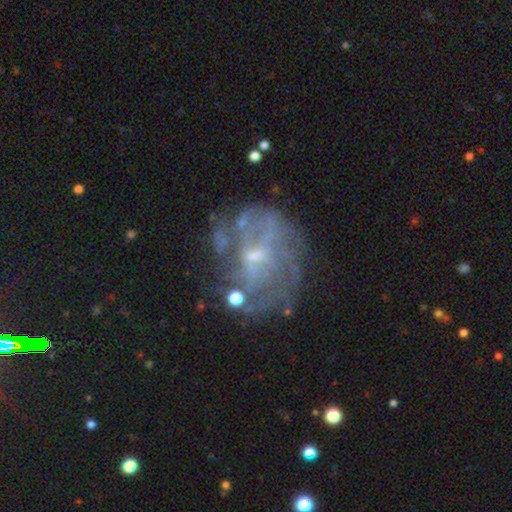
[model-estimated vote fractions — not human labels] Overall: featured or disk (72%). Edge-on disk: no (97%). Bar: no (53%; weak 39%). Spiral arms: yes (55%; no 45%). Bulge size: small (66%). Merging: none (55%; major disturbance 20%).